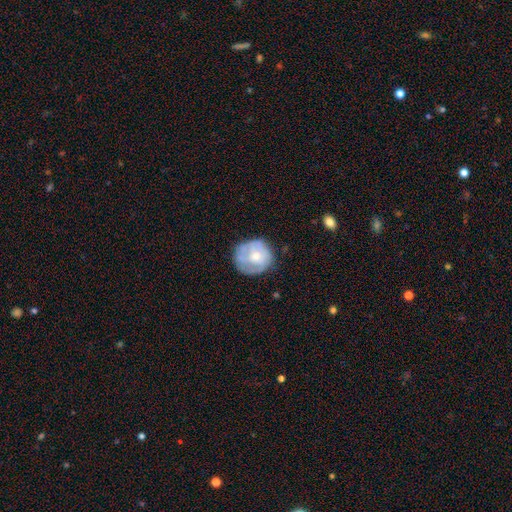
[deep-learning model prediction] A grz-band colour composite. It shows a featured or disk galaxy (48%). Merging: none (64%).